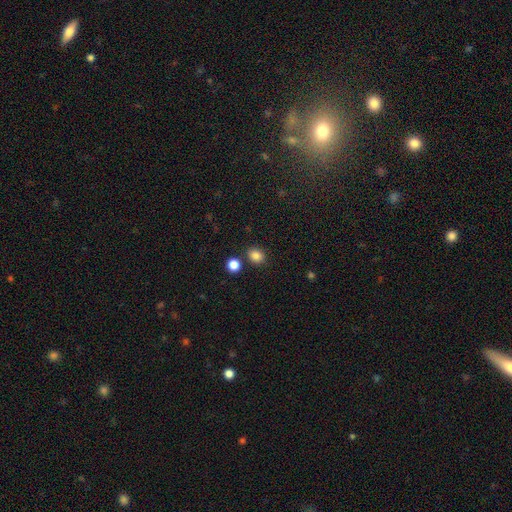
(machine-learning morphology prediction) type=smooth (85%); roundness=round (58%); merging=none (82%).